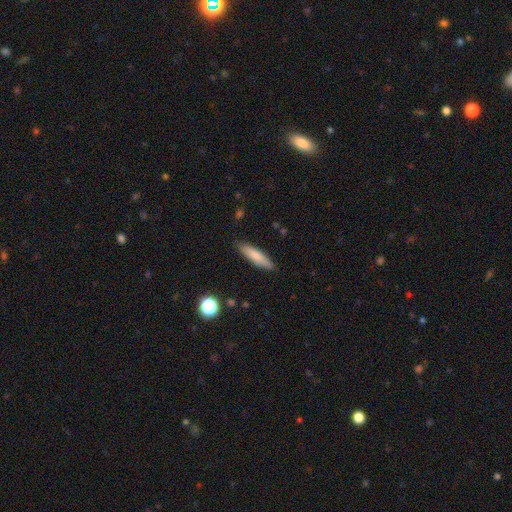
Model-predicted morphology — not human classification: Smooth or featured? smooth (79%)
How rounded? cigar-shaped (76%)
Merging? none (86%)